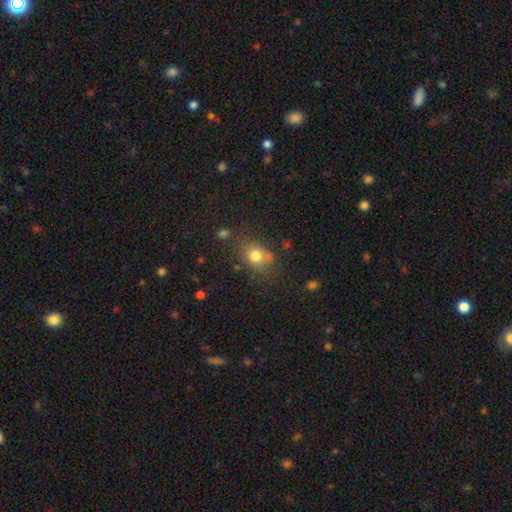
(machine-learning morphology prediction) The model was most divided on "how rounded": round: 53%, in between: 46%, cigar-shaped: 1%. More confident: smooth or featured — smooth (76%); merging — none (64%).